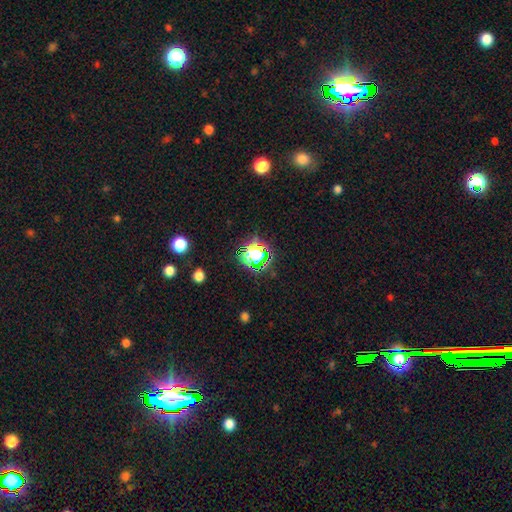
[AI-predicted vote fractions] star or artifact 60%, smooth 30%, featured or disk 10%.